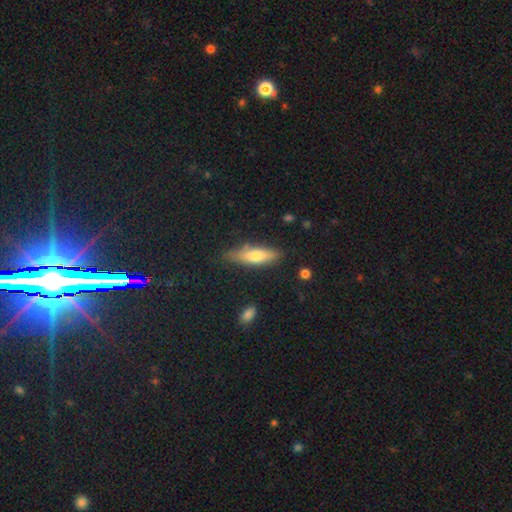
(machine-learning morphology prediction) Smooth or featured? Predicted: smooth (p=0.67). How rounded? Predicted: cigar-shaped (p=0.57). Merging? Predicted: none (p=0.78).